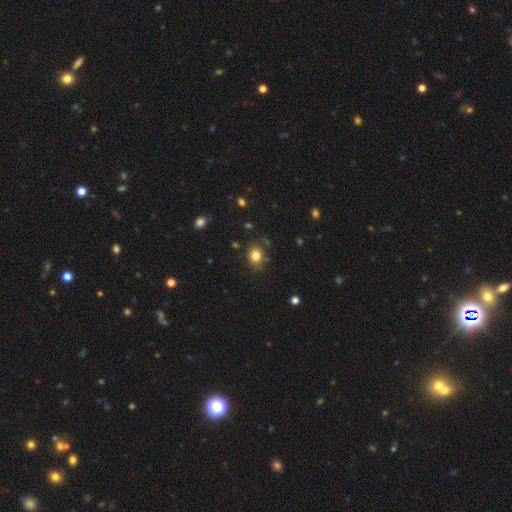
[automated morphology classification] Overall: smooth (82%). How rounded: round (59%; in between 40%). Merging: none (79%).